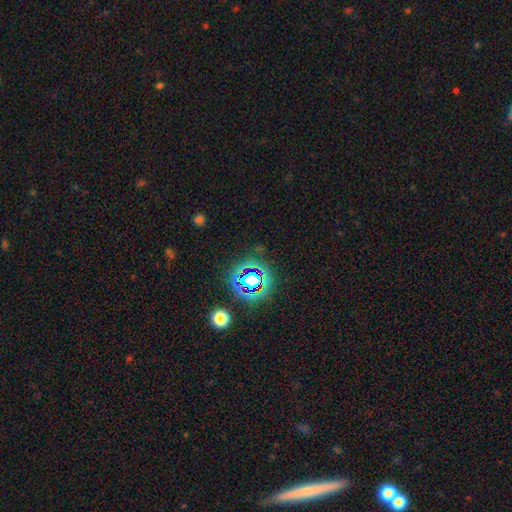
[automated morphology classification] type=star or artifact (75%).